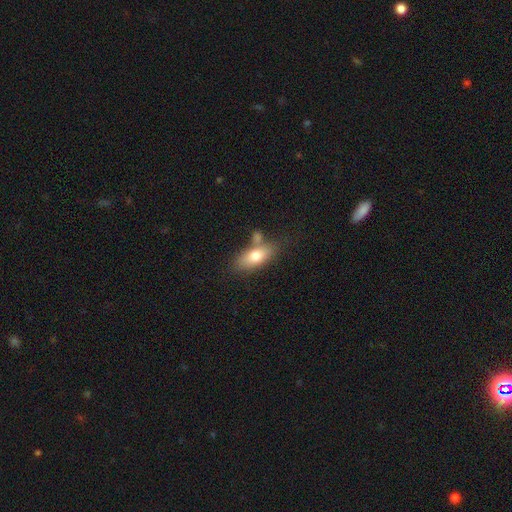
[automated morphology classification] A smooth galaxy with no disk features (74%) that is in between round and cigar-shaped (81%). Merging: none (58%).